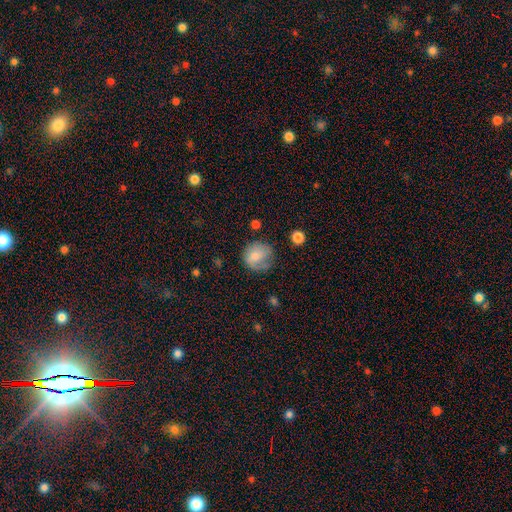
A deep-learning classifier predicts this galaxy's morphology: Overall: smooth (65%; featured or disk 26%). How rounded: round (82%). Merging: none (55%; minor disturbance 27%).